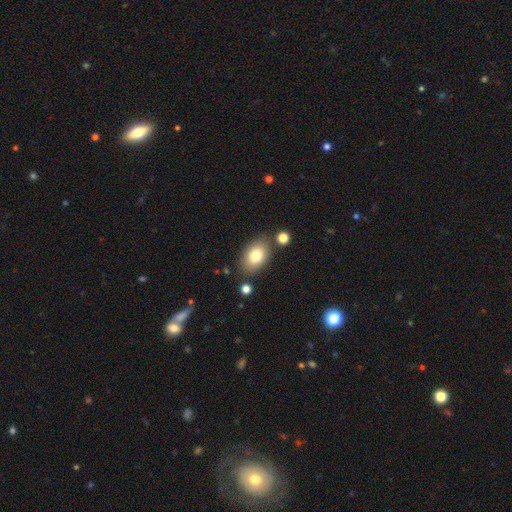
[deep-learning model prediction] A smooth galaxy with no disk features (79%) that is in between round and cigar-shaped (86%).

Vote fractions:
- Smooth or featured? smooth: 79% / featured or disk: 12% / star or artifact: 9%
- How rounded? in between: 86% / round: 13% / cigar-shaped: 1%
- Merging? none: 79% / minor disturbance: 12% / merger: 6% / major disturbance: 3%